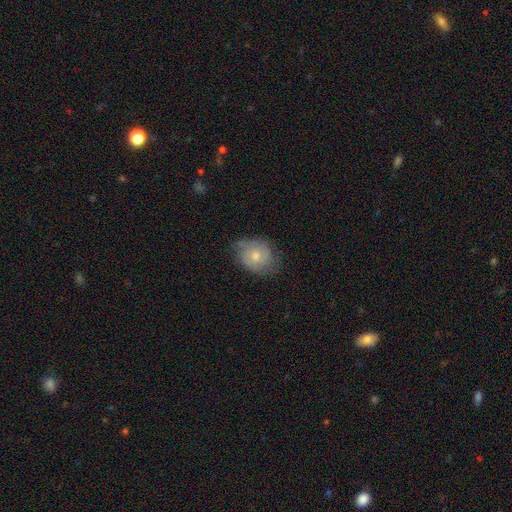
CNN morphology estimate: featured or disk 50%, smooth 43%, star or artifact 7%. Down the decision tree: edge-on disk — no (97%); merging — none (64%).